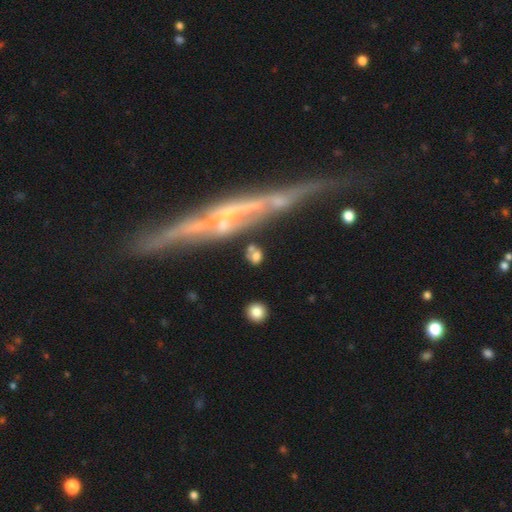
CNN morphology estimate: This is likely a smooth galaxy (63%). How rounded: possibly in between (49%). Merging: possibly none (57%).